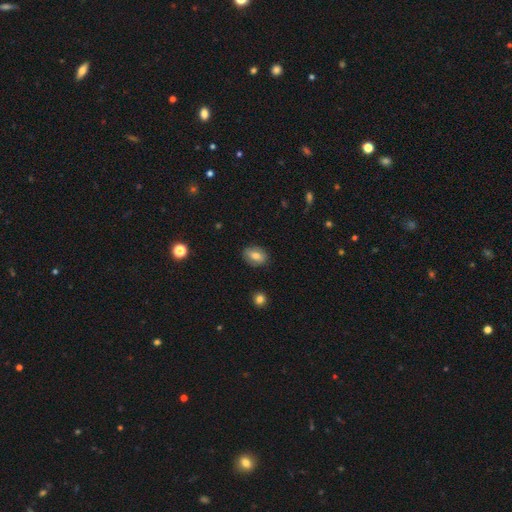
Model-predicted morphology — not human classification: Q: Smooth or featured?
A: smooth (70%); runner-up: featured or disk (22%)
Q: How rounded?
A: in between (76%); runner-up: round (22%)
Q: Merging?
A: none (84%); runner-up: minor disturbance (12%)